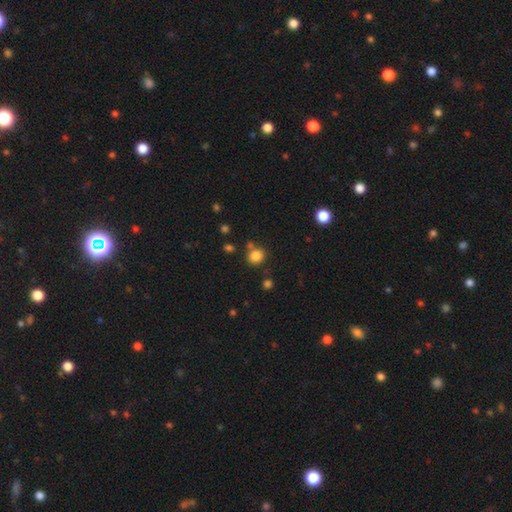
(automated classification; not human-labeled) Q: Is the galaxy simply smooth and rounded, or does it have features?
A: smooth — 83%.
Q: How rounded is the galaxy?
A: round — 79%.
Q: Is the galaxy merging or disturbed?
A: none — 72%.